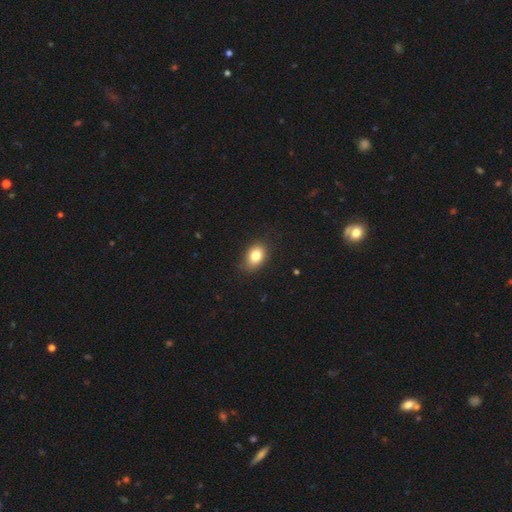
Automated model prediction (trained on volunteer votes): Q: Smooth or featured?
A: smooth (82%); runner-up: star or artifact (9%)
Q: How rounded?
A: in between (74%); runner-up: round (25%)
Q: Merging?
A: none (83%); runner-up: minor disturbance (13%)